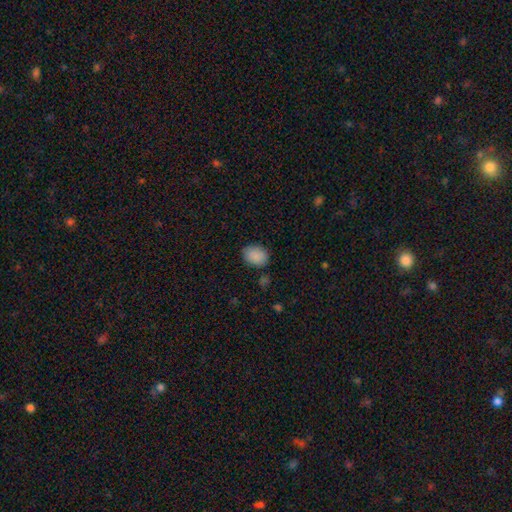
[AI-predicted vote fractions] This is clearly a smooth galaxy (88%). How rounded: likely in between (63%). Merging: clearly none (80%).